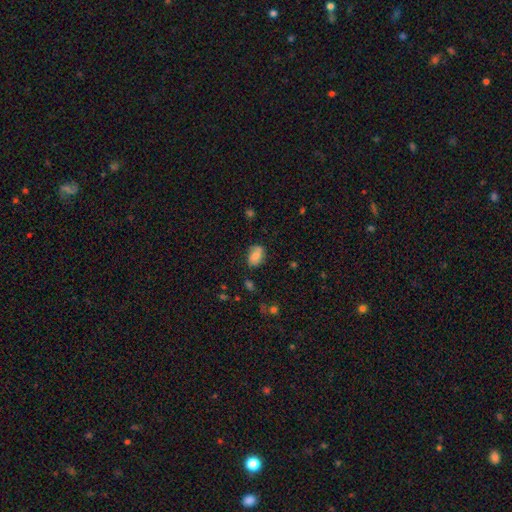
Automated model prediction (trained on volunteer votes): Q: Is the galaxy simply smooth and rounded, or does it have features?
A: smooth — 69%.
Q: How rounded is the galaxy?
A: in between — 77%.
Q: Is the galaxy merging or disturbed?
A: none — 73%.